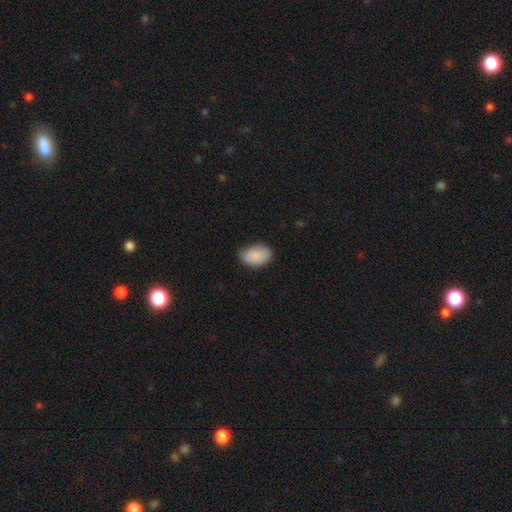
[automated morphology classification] Smooth or featured: smooth — 86% (featured or disk — 8%)
How rounded: in between — 87% (round — 12%)
Merging: none — 63% (minor disturbance — 31%)